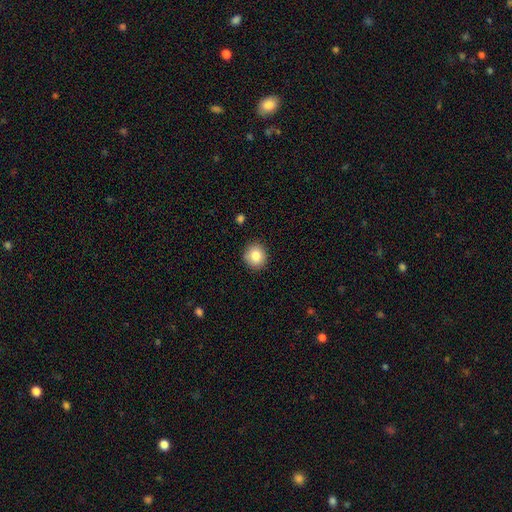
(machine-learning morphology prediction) A smooth galaxy with no disk features (84%) that is round (87%).

Vote fractions:
- Smooth or featured? smooth: 84% / star or artifact: 9% / featured or disk: 7%
- How rounded? round: 87% / in between: 12% / cigar-shaped: 1%
- Merging? none: 90% / minor disturbance: 7% / major disturbance: 2% / merger: 1%